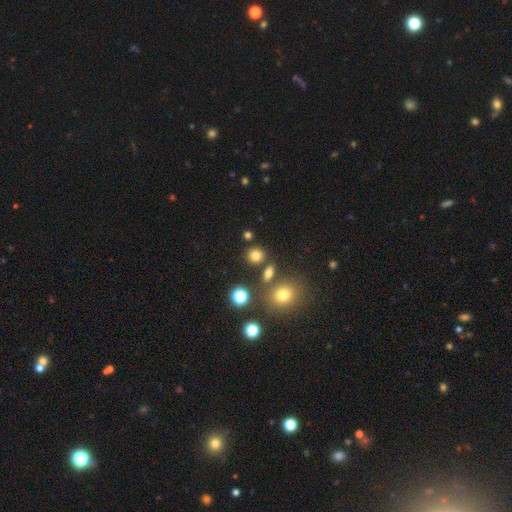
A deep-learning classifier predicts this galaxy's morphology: type=smooth (78%); roundness=round (82%); merging=none (80%).